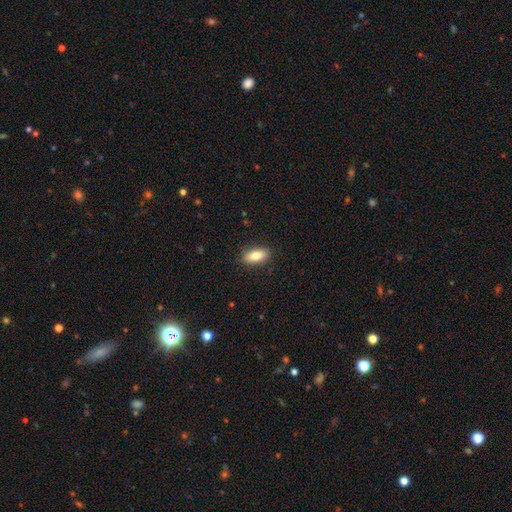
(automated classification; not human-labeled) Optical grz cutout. It shows a smooth galaxy with no disk features (84%) that is in between round and cigar-shaped (85%). Merging: none (88%).